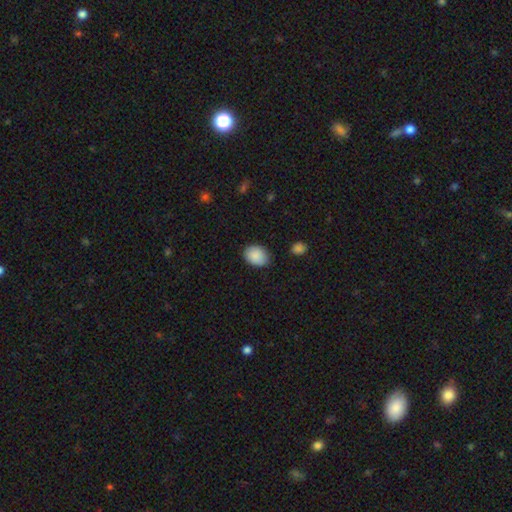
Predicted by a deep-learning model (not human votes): Smooth or featured? Predicted: smooth (p=0.89). How rounded? Predicted: in between (p=0.70). Merging? Predicted: none (p=0.81).